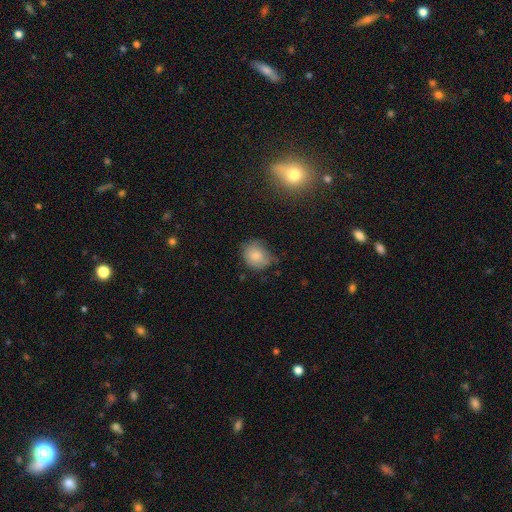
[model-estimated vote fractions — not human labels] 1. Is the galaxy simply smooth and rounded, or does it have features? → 80% smooth, 11% featured or disk, 9% star or artifact.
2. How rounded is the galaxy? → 61% round, 38% in between, 1% cigar-shaped.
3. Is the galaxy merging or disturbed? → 56% none, 34% minor disturbance, 8% major disturbance, 2% merger.